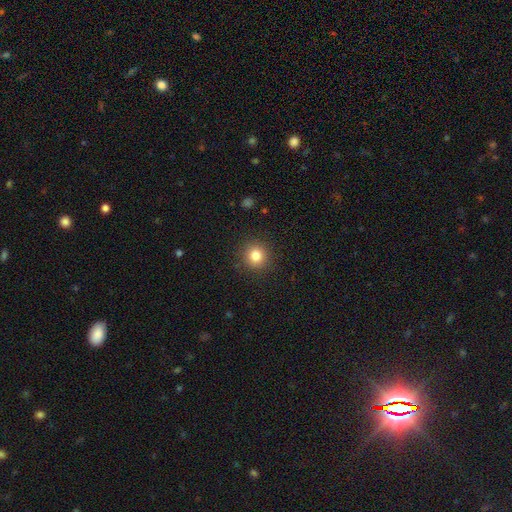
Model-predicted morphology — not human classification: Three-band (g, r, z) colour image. It shows a smooth galaxy with no disk features (82%) that is round (92%). Merging: none (91%).